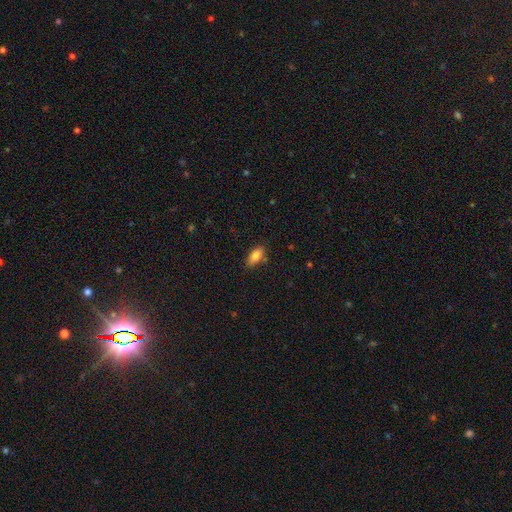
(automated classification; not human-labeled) A smooth galaxy with no disk features (82%) that is in between round and cigar-shaped (85%).

Vote fractions:
- Smooth or featured? smooth: 82% / featured or disk: 10% / star or artifact: 8%
- How rounded? in between: 85% / cigar-shaped: 12% / round: 3%
- Merging? none: 81% / minor disturbance: 13% / major disturbance: 3% / merger: 3%